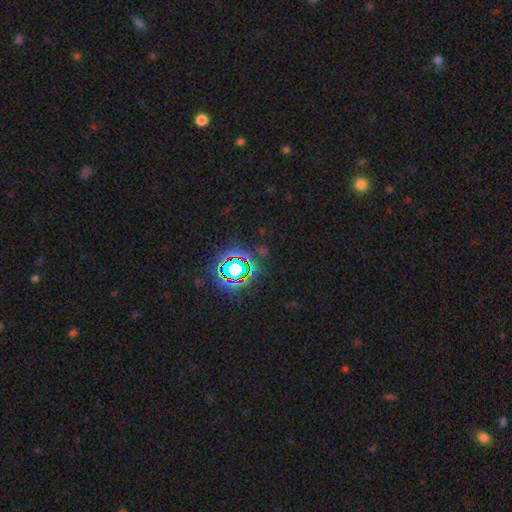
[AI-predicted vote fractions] A star or artifact, not a galaxy (76%).

Vote fractions:
- Smooth or featured? star or artifact: 76% / smooth: 16% / featured or disk: 8%